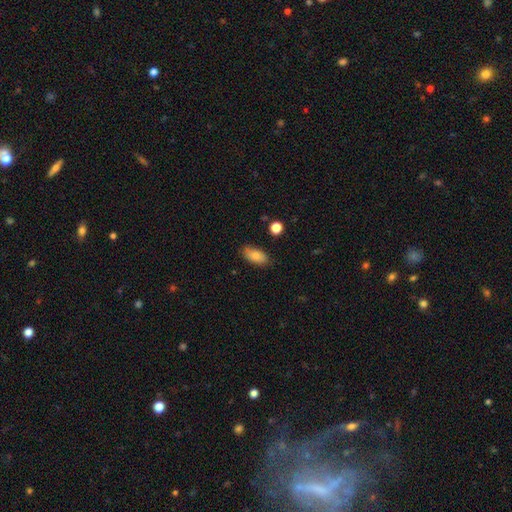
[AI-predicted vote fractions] The model was most divided on "merging": none: 75%, minor disturbance: 20%, major disturbance: 3%, merger: 2%. More confident: how rounded — in between (91%); smooth or featured — smooth (81%).